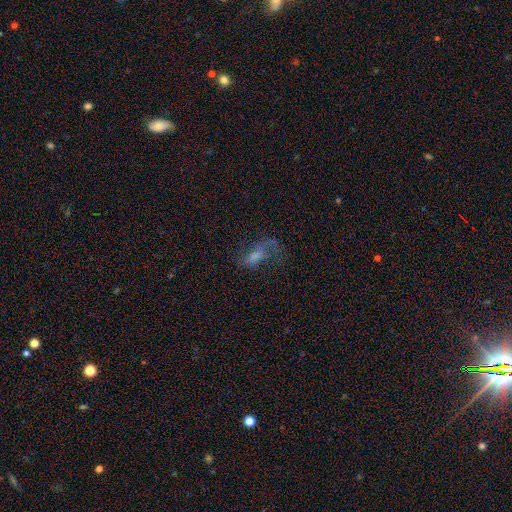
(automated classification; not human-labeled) smooth_or_featured: featured or disk (p=0.43) [alt: smooth p=0.42]
merging: major disturbance (p=0.42) [alt: none p=0.34]